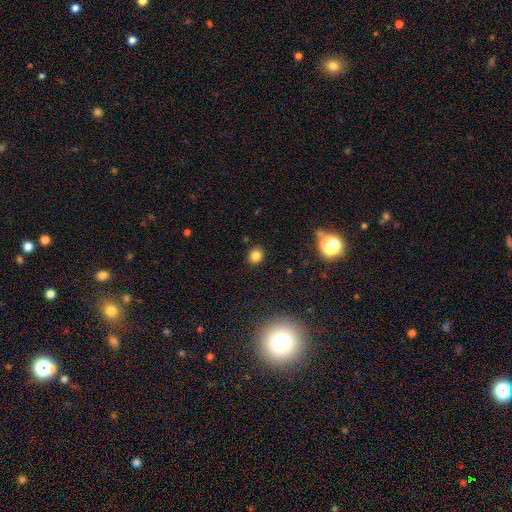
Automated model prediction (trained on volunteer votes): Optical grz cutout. It shows a smooth galaxy with no disk features (80%) that is round (76%). Merging: none (89%).